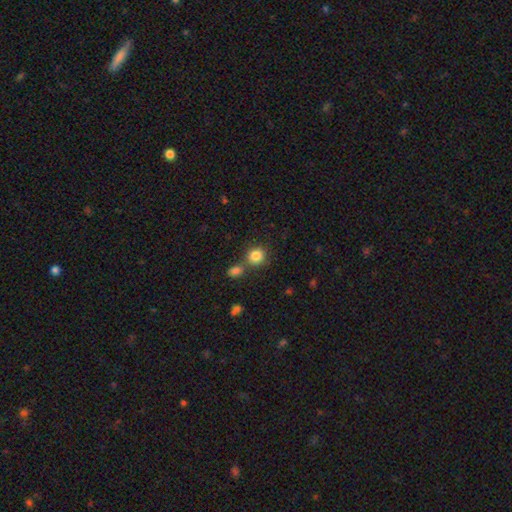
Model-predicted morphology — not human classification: This appears to be a smooth galaxy with no disk features (84%) that is round (85%). Merging: none (63%).